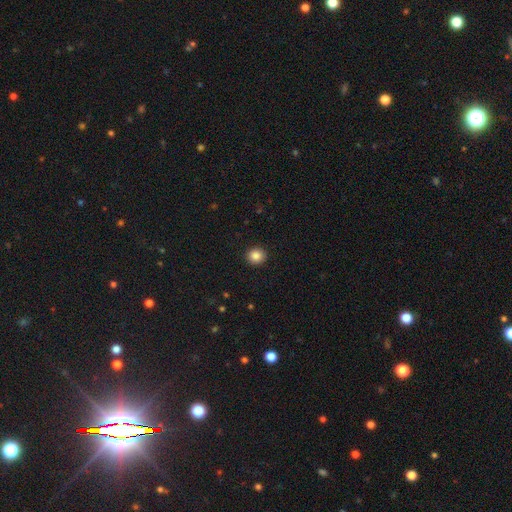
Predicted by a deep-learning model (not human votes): Q: Smooth or featured?
A: smooth (86%); runner-up: star or artifact (10%)
Q: How rounded?
A: round (88%); runner-up: in between (11%)
Q: Merging?
A: none (93%); runner-up: minor disturbance (5%)